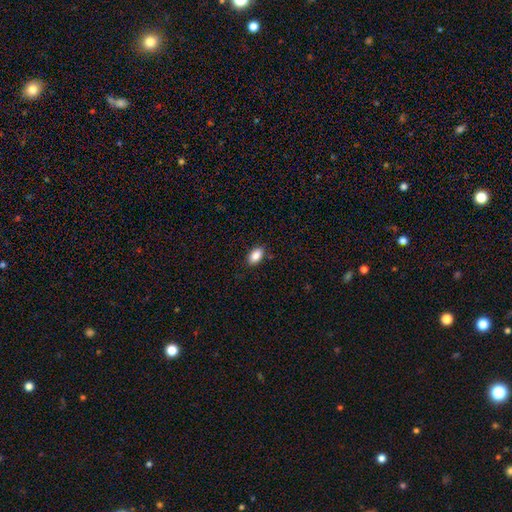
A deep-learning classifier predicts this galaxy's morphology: This is clearly a smooth galaxy (87%). How rounded: clearly in between (92%). Merging: clearly none (87%).